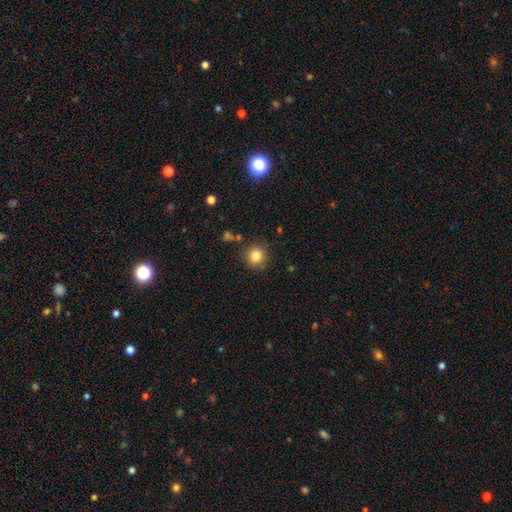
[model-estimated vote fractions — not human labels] This is clearly a smooth galaxy (83%). How rounded: clearly round (92%). Merging: clearly none (86%).